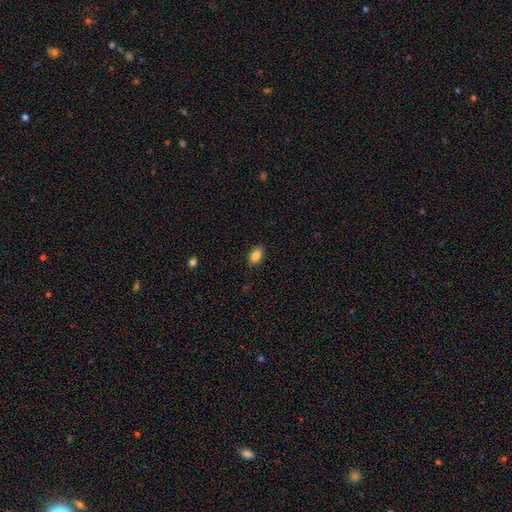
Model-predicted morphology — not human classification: The model was most divided on "smooth or featured": smooth: 85%, star or artifact: 8%, featured or disk: 7%. More confident: how rounded — in between (90%); merging — none (88%).